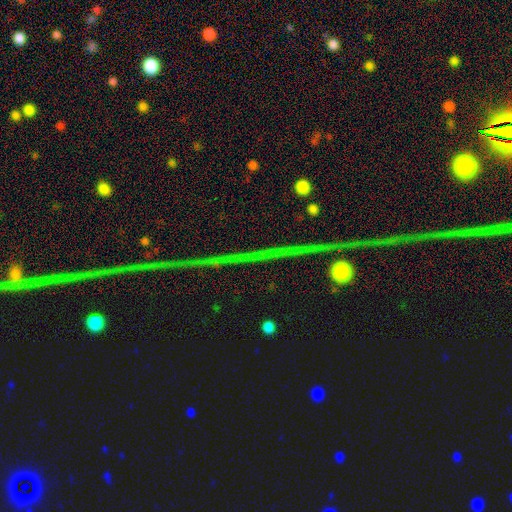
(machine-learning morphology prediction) smooth-or-featured: star or artifact: 80% | featured or disk: 13% | smooth: 8%